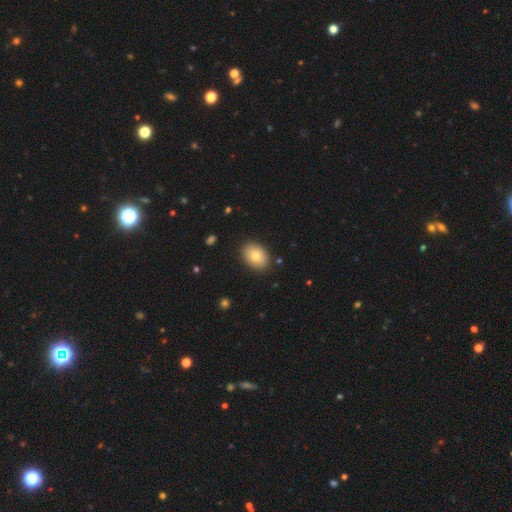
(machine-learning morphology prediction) Smooth or featured?
  - smooth: 82% *
  - featured or disk: 11%
  - star or artifact: 8%
How rounded?
  - in between: 78% *
  - round: 21%
  - cigar-shaped: 1%
Merging?
  - none: 87% *
  - minor disturbance: 9%
  - major disturbance: 2%
  - merger: 1%